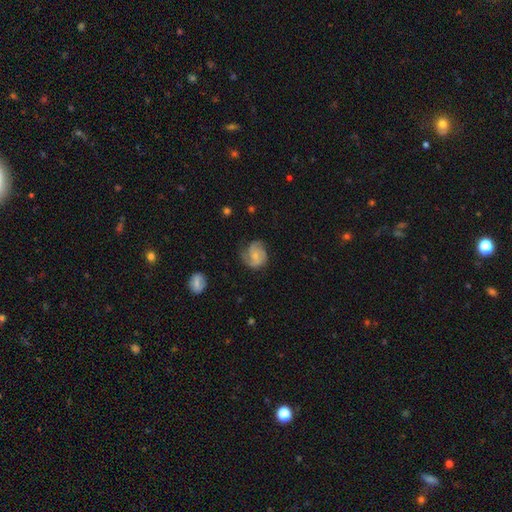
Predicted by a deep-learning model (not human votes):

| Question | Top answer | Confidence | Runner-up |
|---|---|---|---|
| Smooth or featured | featured or disk | 71% | smooth (23%) |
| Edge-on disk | no | 98% | yes (2%) |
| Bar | no | 67% | weak (29%) |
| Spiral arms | yes | 94% | no (6%) |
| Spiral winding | medium | 44% | tight (40%) |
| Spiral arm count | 2 | 43% | 3 (29%) |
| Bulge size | small | 61% | moderate (26%) |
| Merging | none | 62% | minor disturbance (24%) |